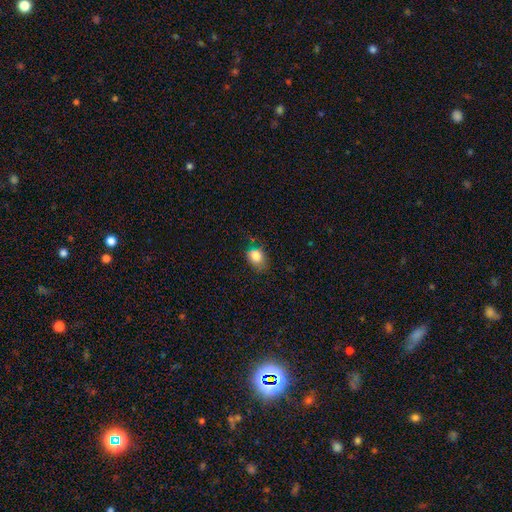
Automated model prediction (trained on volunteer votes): Morphology: type=smooth (83%); roundness=in between (57%); merging=none (58%).